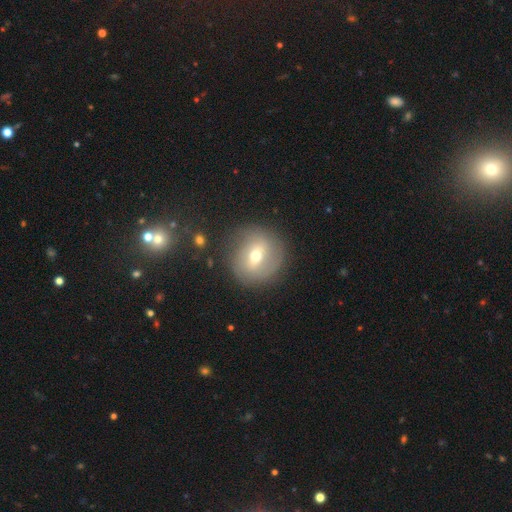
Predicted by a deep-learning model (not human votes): Smooth or featured: featured or disk — 47% (smooth — 43%)
Merging: none — 81% (minor disturbance — 11%)